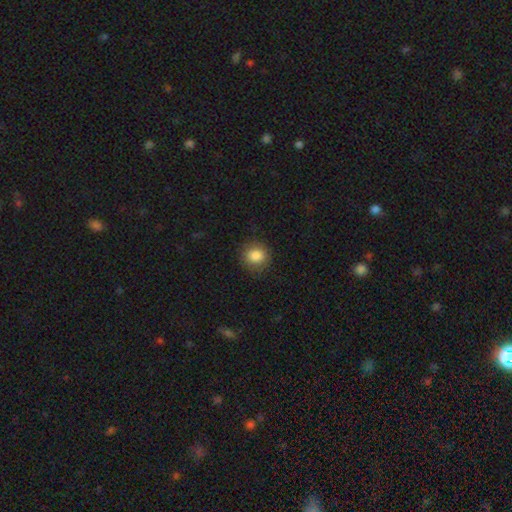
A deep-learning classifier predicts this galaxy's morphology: Smooth or featured: smooth — 86% (star or artifact — 9%)
How rounded: round — 84% (in between — 15%)
Merging: none — 84% (minor disturbance — 12%)